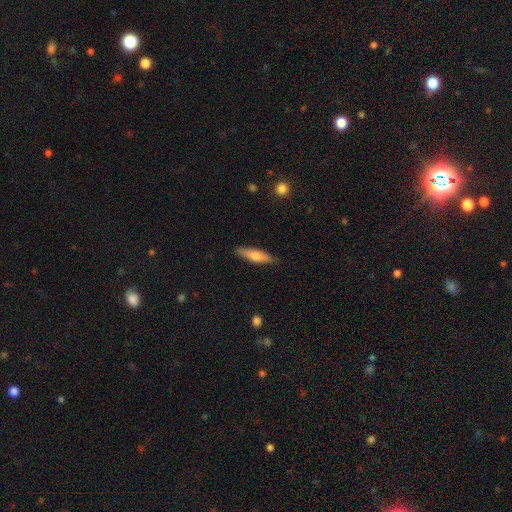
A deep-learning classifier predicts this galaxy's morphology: Smooth or featured: smooth — 62% (featured or disk — 32%)
How rounded: cigar-shaped — 77% (in between — 22%)
Merging: none — 88% (minor disturbance — 9%)